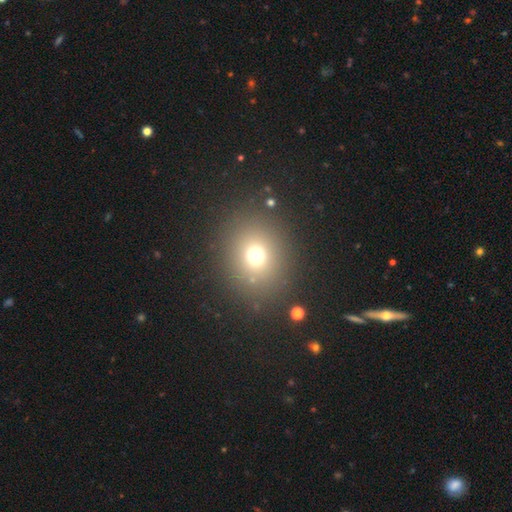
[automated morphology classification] This appears to be a smooth galaxy with no disk features (70%) that is round (75%). Merging: none (85%).